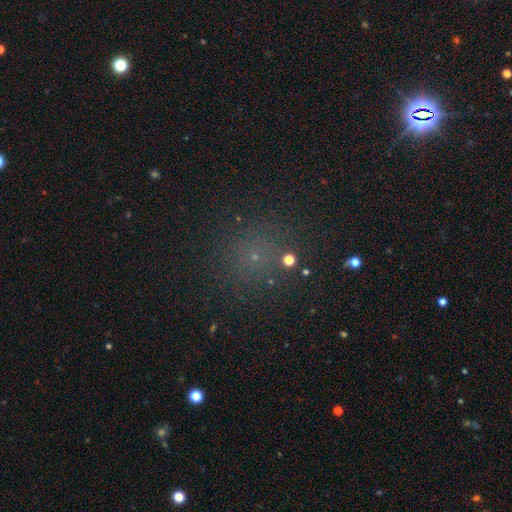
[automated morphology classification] A smooth galaxy with no disk features (52%) that is round (91%). Merging: none (84%).